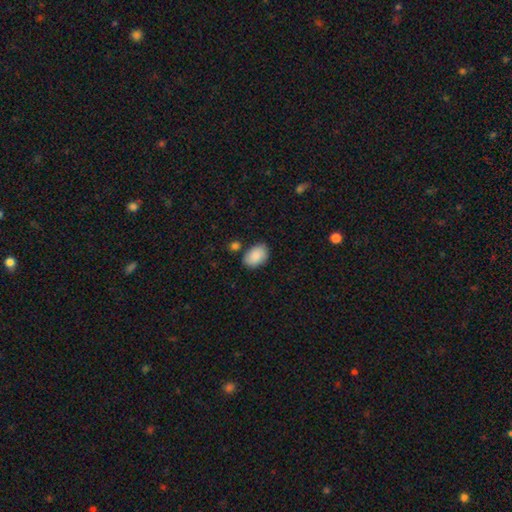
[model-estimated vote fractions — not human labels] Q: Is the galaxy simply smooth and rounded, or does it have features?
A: smooth — 88%.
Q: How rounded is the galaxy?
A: in between — 89%.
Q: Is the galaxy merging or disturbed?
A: none — 75%.